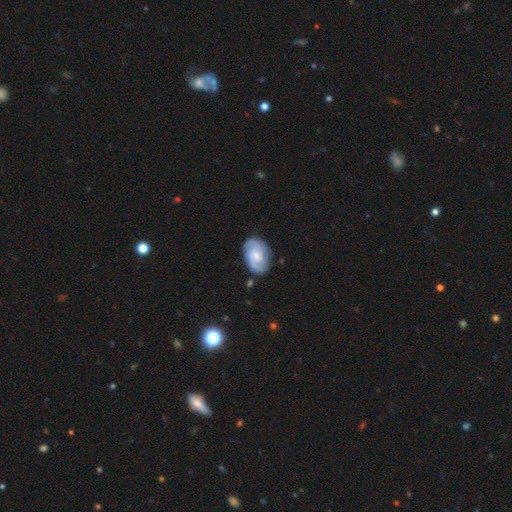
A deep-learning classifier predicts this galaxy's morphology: A featured or disk galaxy (78%) with no bar (61%), 2 (71%) tight (45%) spiral arms (95%) and a small central bulge (53%).

Vote fractions:
- Smooth or featured? featured or disk: 78% / smooth: 17% / star or artifact: 5%
- Edge-on disk? no: 97% / yes: 3%
- Bar? no: 61% / weak: 34% / strong: 5%
- Spiral arms? yes: 95% / no: 5%
- Spiral winding? tight: 45% / medium: 43% / loose: 12%
- Spiral arm count? 2: 71% / 3: 12% / can't tell: 10% / 1: 3% / 4: 2% / more than 4: 2%
- Bulge size? small: 53% / moderate: 36% / none: 7% / large: 4% / dominant: 1%
- Merging? none: 79% / minor disturbance: 15% / major disturbance: 4% / merger: 2%